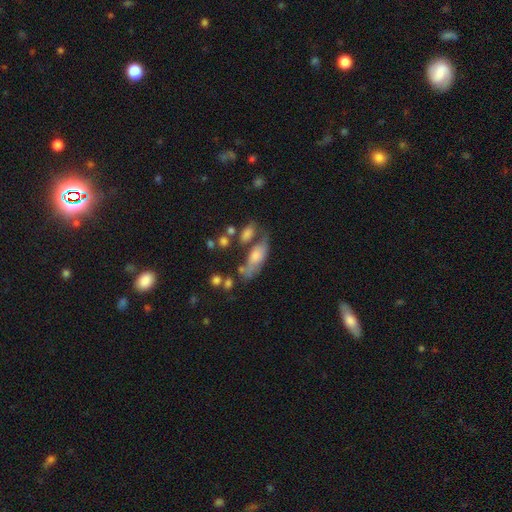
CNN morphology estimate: A smooth galaxy with no disk features (52%) that is in between round and cigar-shaped (71%). Merging: none (36%).